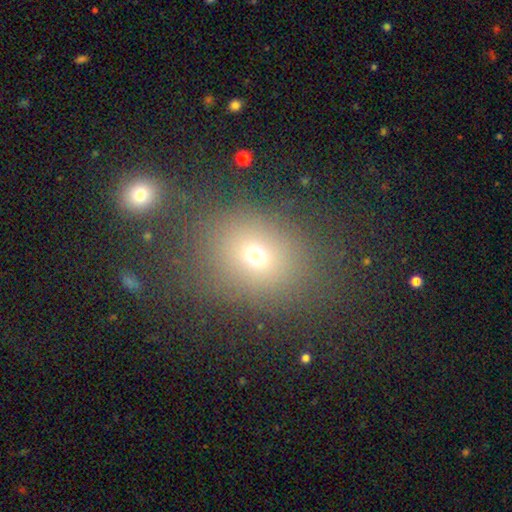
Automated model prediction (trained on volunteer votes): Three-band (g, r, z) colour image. It shows a smooth galaxy with no disk features (68%) that is round (56%). Merging: none (75%).